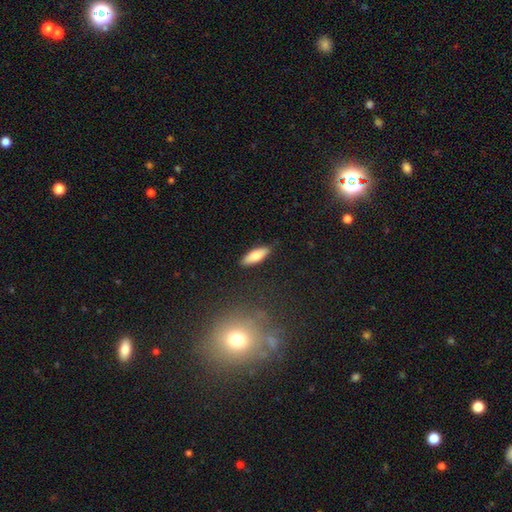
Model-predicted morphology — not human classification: Overall: smooth (76%). How rounded: in between (57%; cigar-shaped 41%). Merging: none (87%).